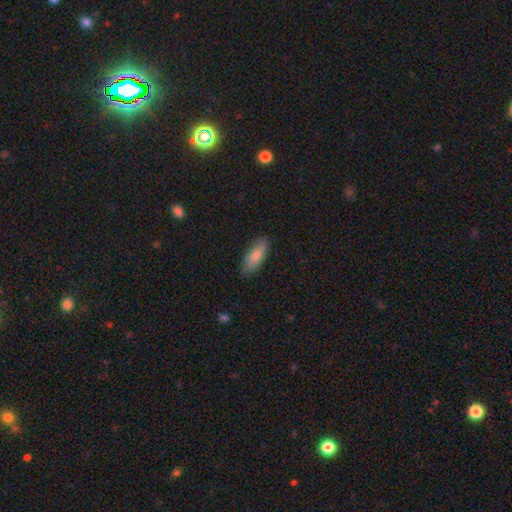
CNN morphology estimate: smooth_or_featured: smooth (p=0.83) [alt: featured or disk p=0.11]
how_rounded: in between (p=0.72) [alt: cigar-shaped p=0.26]
merging: none (p=0.79) [alt: minor disturbance p=0.16]